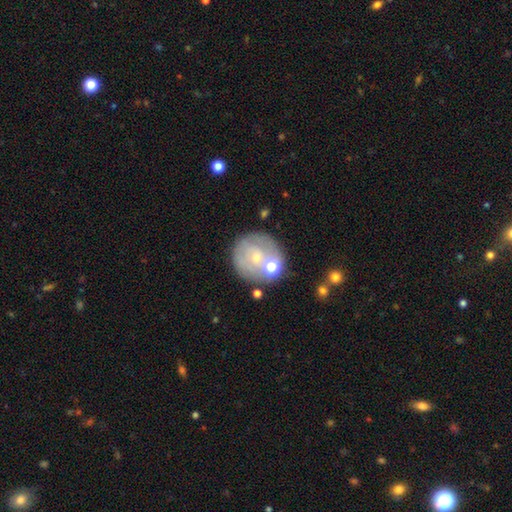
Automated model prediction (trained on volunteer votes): A featured or disk galaxy (45%). Merging: none (65%).